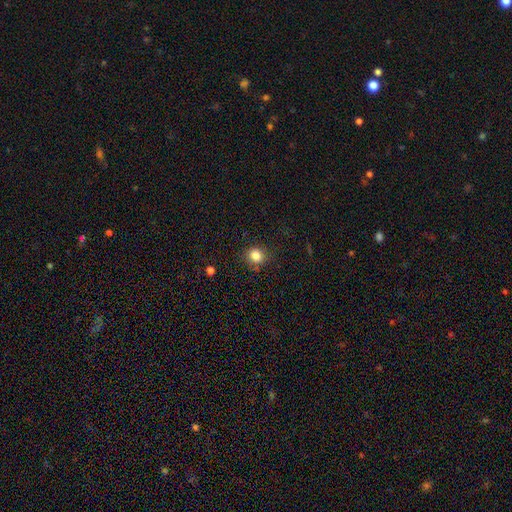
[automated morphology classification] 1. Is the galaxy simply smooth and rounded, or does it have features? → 83% smooth, 12% star or artifact, 5% featured or disk.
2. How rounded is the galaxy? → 79% round, 20% in between, 1% cigar-shaped.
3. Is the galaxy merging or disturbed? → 83% none, 13% minor disturbance, 3% major disturbance, 1% merger.